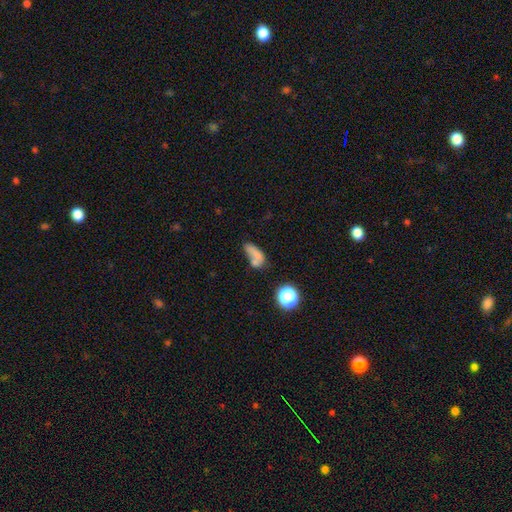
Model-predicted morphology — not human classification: Smooth or featured: smooth — 67% (featured or disk — 19%)
How rounded: in between — 74% (round — 13%)
Merging: merger — 36% (none — 30%)